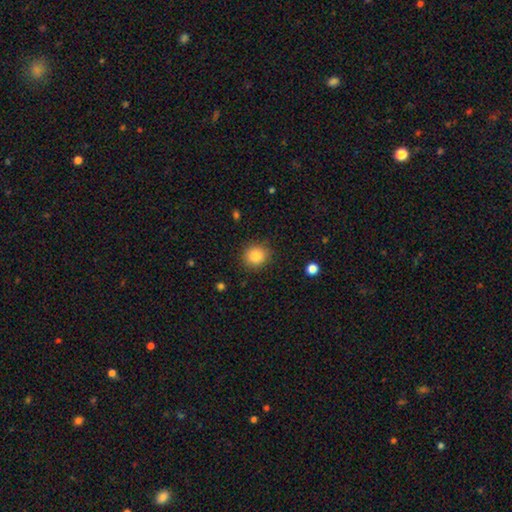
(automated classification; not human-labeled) This is clearly a smooth galaxy (86%). How rounded: clearly round (86%). Merging: clearly none (88%).